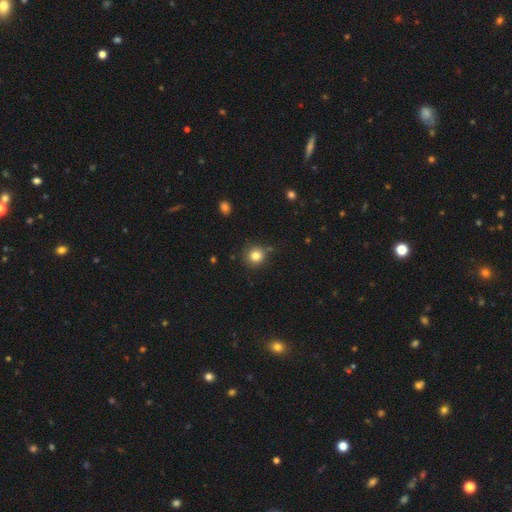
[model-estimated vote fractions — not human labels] A smooth galaxy with no disk features (82%) that is round (92%). Merging: none (82%).